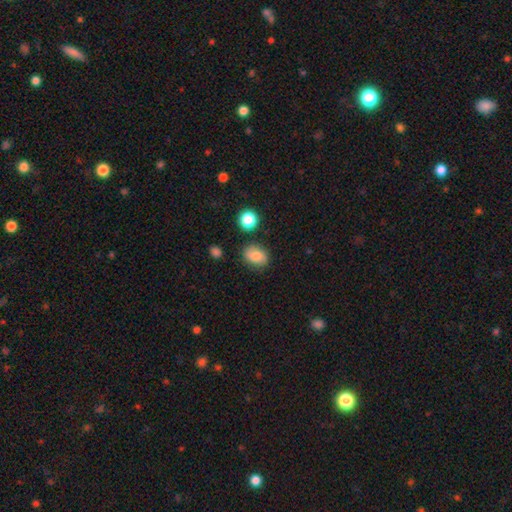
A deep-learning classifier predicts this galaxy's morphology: smooth_or_featured: smooth (p=0.79) [alt: featured or disk p=0.11]
how_rounded: in between (p=0.65) [alt: round p=0.34]
merging: none (p=0.78) [alt: minor disturbance p=0.16]